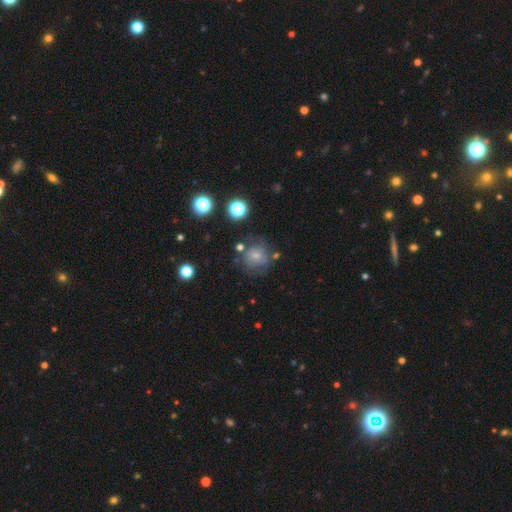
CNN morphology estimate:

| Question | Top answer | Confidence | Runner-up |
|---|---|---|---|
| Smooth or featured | smooth | 61% | featured or disk (24%) |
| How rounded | round | 84% | in between (15%) |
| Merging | none | 61% | minor disturbance (21%) |